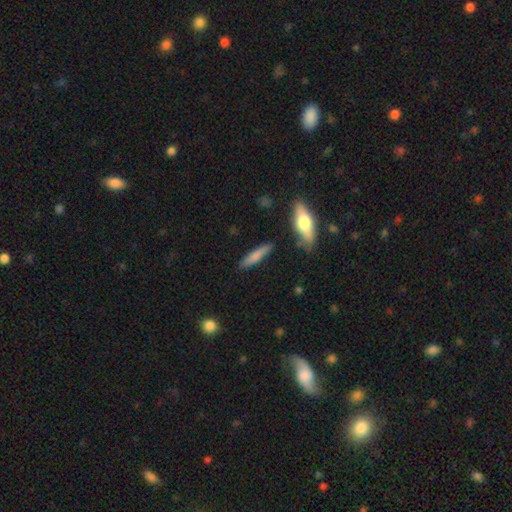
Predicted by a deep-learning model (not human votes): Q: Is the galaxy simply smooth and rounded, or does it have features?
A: smooth — 69%.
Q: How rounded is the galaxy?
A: cigar-shaped — 86%.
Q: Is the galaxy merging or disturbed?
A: none — 84%.